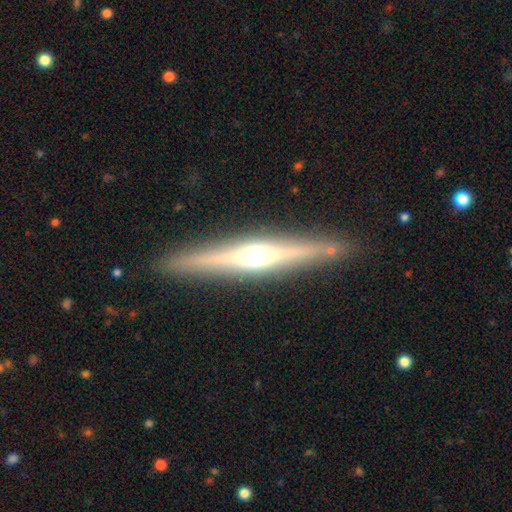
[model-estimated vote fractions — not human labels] Smooth or featured? Predicted: featured or disk (p=0.72). Edge-on disk? Predicted: yes (p=0.96). Edge-on bulge? Predicted: rounded (p=0.93). Merging? Predicted: none (p=0.89).